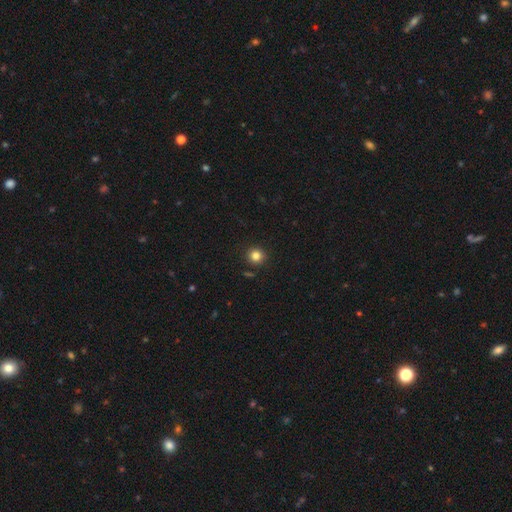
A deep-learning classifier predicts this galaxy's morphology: A smooth galaxy with no disk features (82%) that is round (92%). Merging: none (91%).